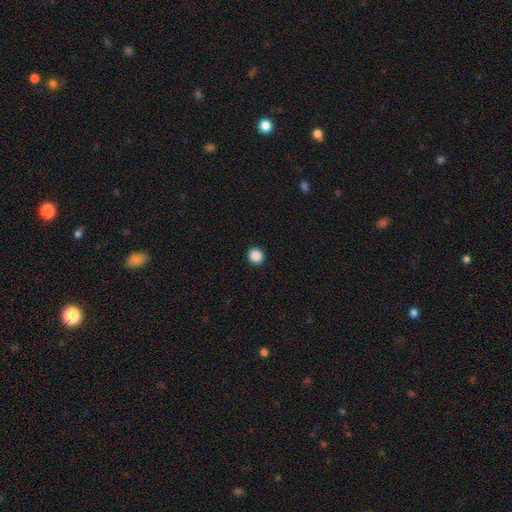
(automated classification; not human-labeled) Smooth or featured? smooth (89%)
How rounded? round (87%)
Merging? none (93%)